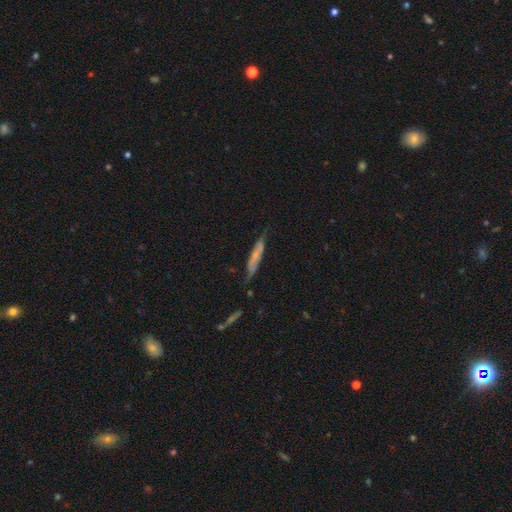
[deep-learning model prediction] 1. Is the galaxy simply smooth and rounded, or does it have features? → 47% featured or disk, 45% smooth, 8% star or artifact.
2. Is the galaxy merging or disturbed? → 61% none, 27% minor disturbance, 8% major disturbance, 4% merger.